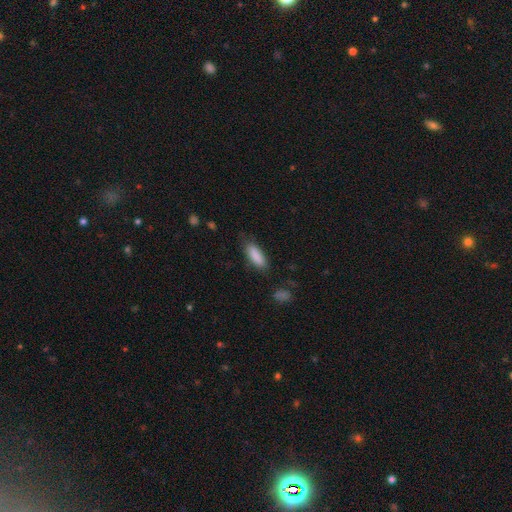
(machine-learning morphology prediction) smooth-or-featured: smooth: 88% | star or artifact: 7% | featured or disk: 5%
  how-rounded: in between: 64% | cigar-shaped: 34% | round: 2%
  merging: none: 80% | minor disturbance: 15% | major disturbance: 4% | merger: 2%